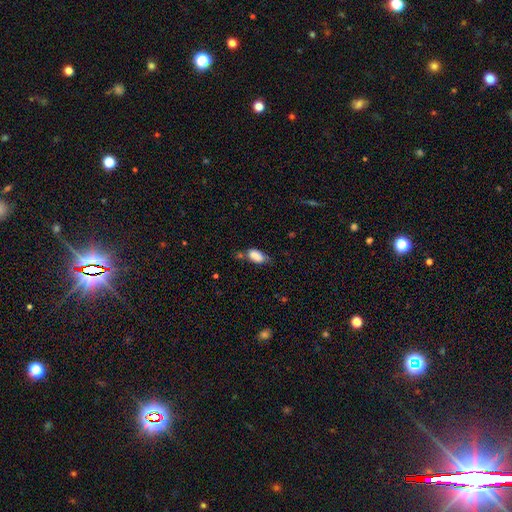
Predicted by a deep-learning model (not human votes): This appears to be a smooth galaxy with no disk features (84%) that is in between round and cigar-shaped (90%). Merging: none (43%).